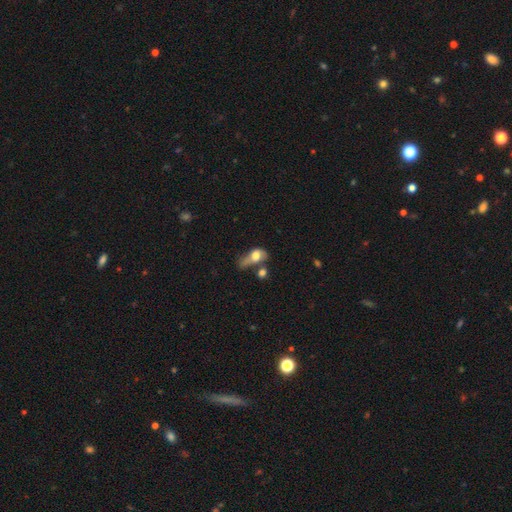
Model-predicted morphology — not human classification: smooth-or-featured: smooth: 61% | featured or disk: 29% | star or artifact: 10%
  how-rounded: in between: 71% | round: 23% | cigar-shaped: 6%
  merging: major disturbance: 33% | merger: 31% | minor disturbance: 18% | none: 17%